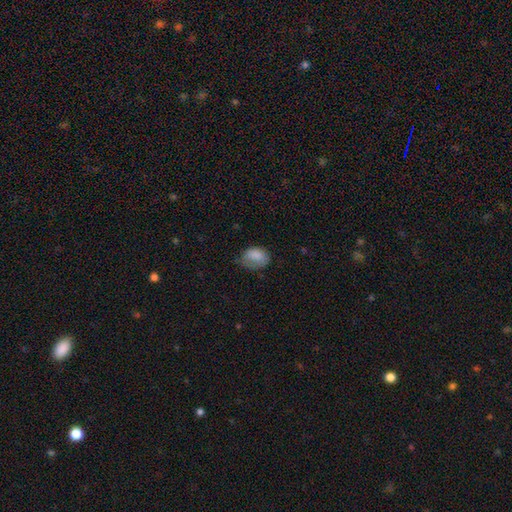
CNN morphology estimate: This appears to be a smooth galaxy with no disk features (82%) that is in between round and cigar-shaped (73%). Merging: none (45%).